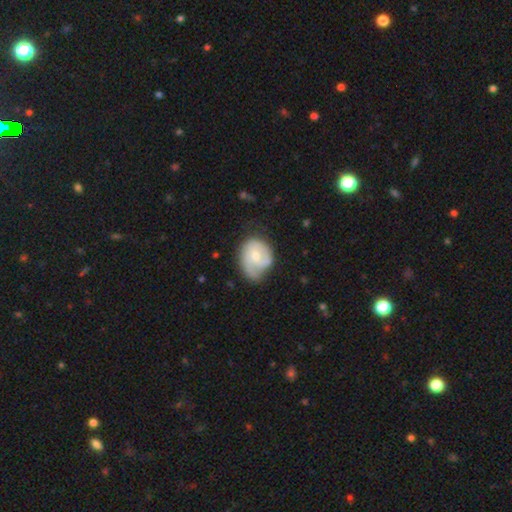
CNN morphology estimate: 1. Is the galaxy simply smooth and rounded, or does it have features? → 58% featured or disk, 35% smooth, 6% star or artifact.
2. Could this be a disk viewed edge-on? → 97% no, 3% yes.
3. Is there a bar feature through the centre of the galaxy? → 68% no, 28% weak, 4% strong.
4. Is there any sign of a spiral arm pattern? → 81% yes, 19% no.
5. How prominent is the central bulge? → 51% small, 44% moderate, 2% none, 2% large, 1% dominant.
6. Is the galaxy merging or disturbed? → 42% none, 35% minor disturbance, 20% major disturbance, 3% merger.